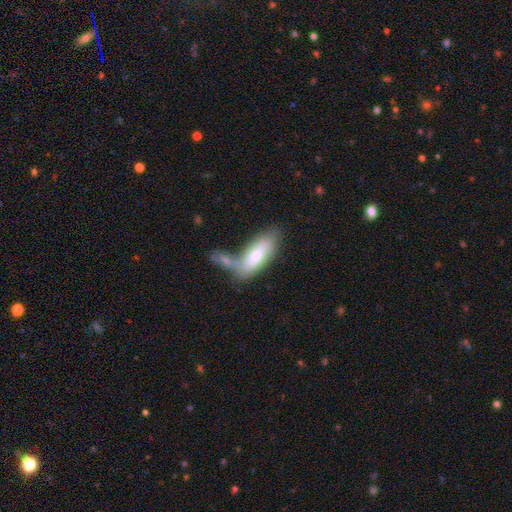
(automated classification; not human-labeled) This appears to be a smooth galaxy with no disk features (73%) that is in between round and cigar-shaped (70%). Merging: none (39%).